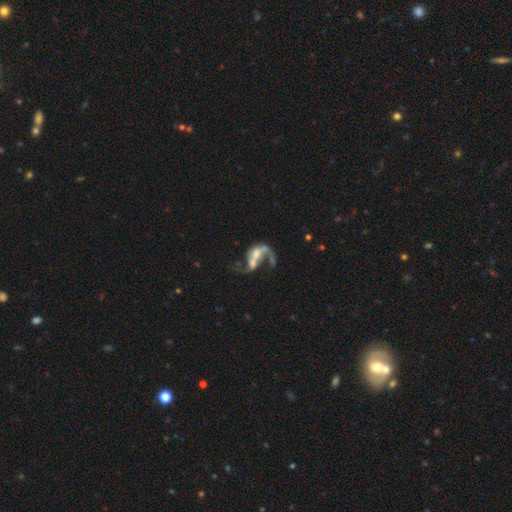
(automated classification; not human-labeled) Smooth or featured?
  - featured or disk: 70% *
  - smooth: 20%
  - star or artifact: 10%
Edge-on disk?
  - no: 96% *
  - yes: 4%
Bar?
  - no: 55% *
  - weak: 29%
  - strong: 16%
Spiral arms?
  - yes: 66% *
  - no: 34%
Bulge size?
  - moderate: 36% *
  - small: 23%
  - none: 23%
  - large: 14%
  - dominant: 3%
Merging?
  - merger: 45% *
  - major disturbance: 28%
  - none: 19%
  - minor disturbance: 8%